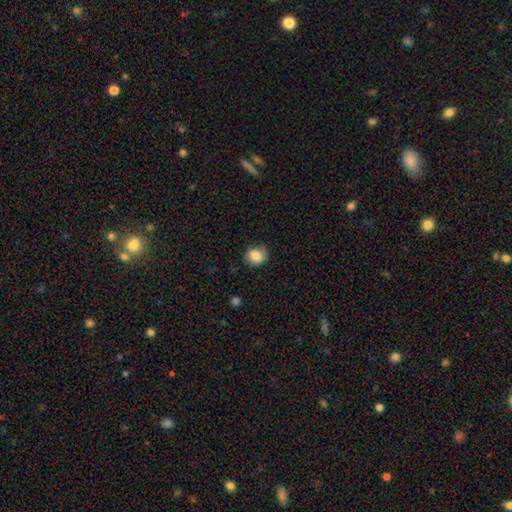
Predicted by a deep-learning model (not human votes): Smooth or featured? smooth (82%)
How rounded? round (68%)
Merging? none (71%)